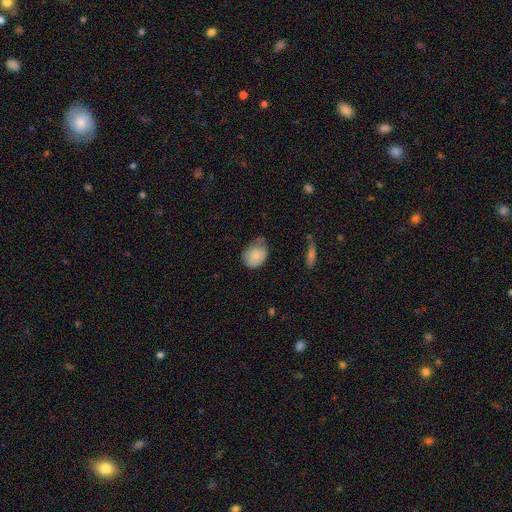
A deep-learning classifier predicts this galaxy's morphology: type=smooth (82%); roundness=in between (50%); merging=minor disturbance (45%).